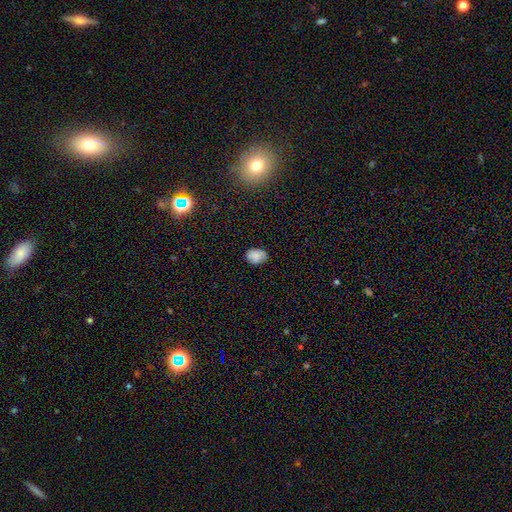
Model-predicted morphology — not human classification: Smooth or featured?
  - smooth: 80% *
  - star or artifact: 10%
  - featured or disk: 9%
How rounded?
  - in between: 75% *
  - round: 24%
  - cigar-shaped: 1%
Merging?
  - none: 72% *
  - minor disturbance: 23%
  - major disturbance: 4%
  - merger: 1%